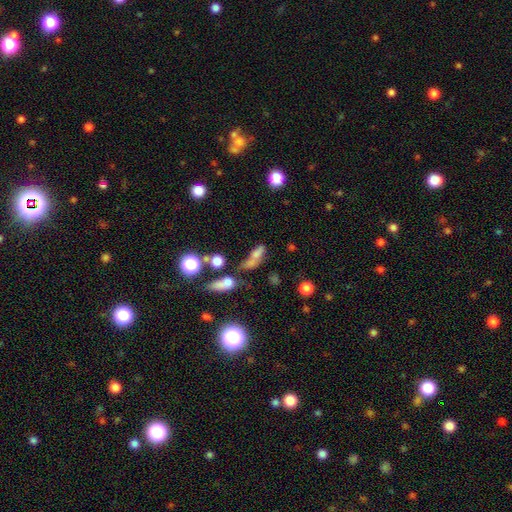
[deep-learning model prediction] A smooth galaxy with no disk features (62%) that is in between round and cigar-shaped (62%). Merging: merger (39%).